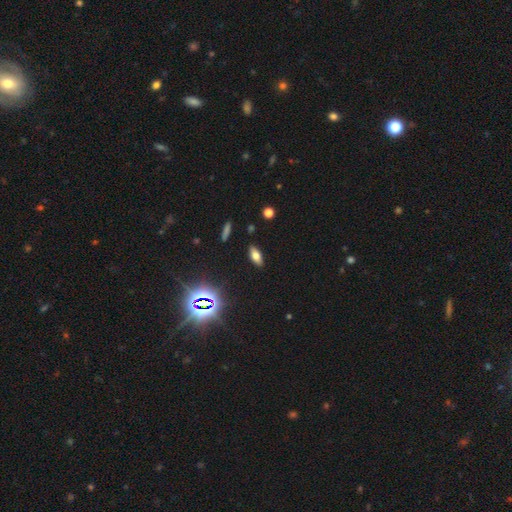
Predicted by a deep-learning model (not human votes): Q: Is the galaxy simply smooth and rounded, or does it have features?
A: smooth — 60%.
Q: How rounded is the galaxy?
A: in between — 77%.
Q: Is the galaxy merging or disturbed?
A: none — 88%.